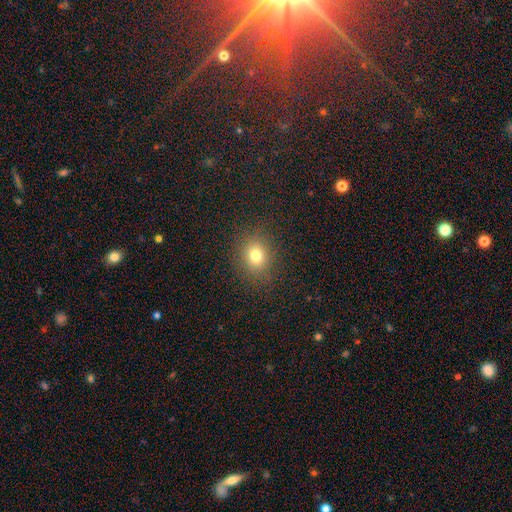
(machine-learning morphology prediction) Smooth or featured? Predicted: smooth (p=0.75). How rounded? Predicted: round (p=0.73). Merging? Predicted: none (p=0.87).